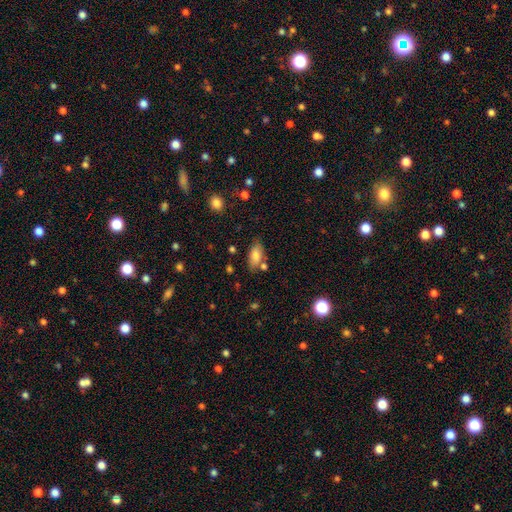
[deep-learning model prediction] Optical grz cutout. It shows a smooth galaxy with no disk features (80%) that is in between round and cigar-shaped (89%). Merging: none (72%).